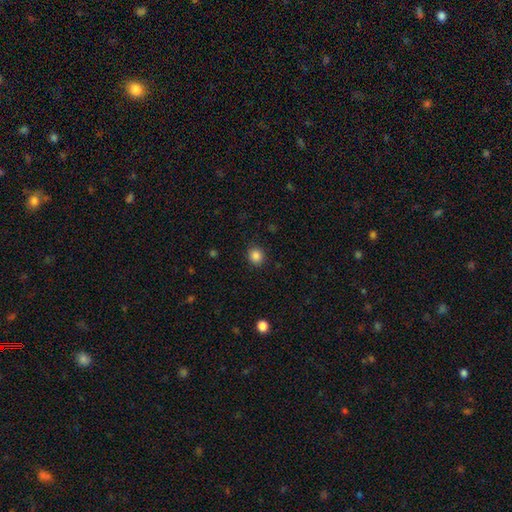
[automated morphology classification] A smooth galaxy with no disk features (86%) that is round (84%). Merging: none (90%).